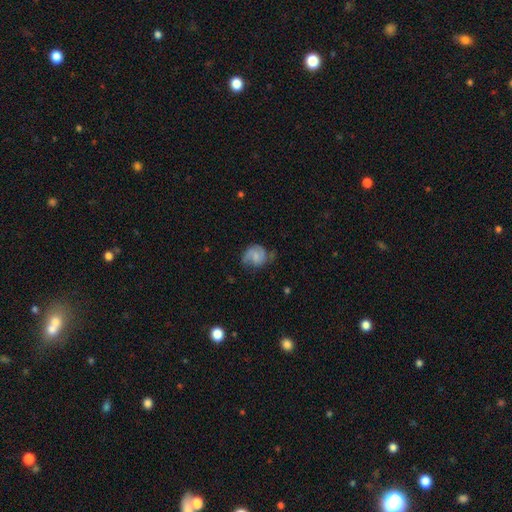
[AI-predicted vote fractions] A featured or disk galaxy (53%) with no bar (60%), spiral arms (86%) and a small central bulge (50%). Merging: none (51%).